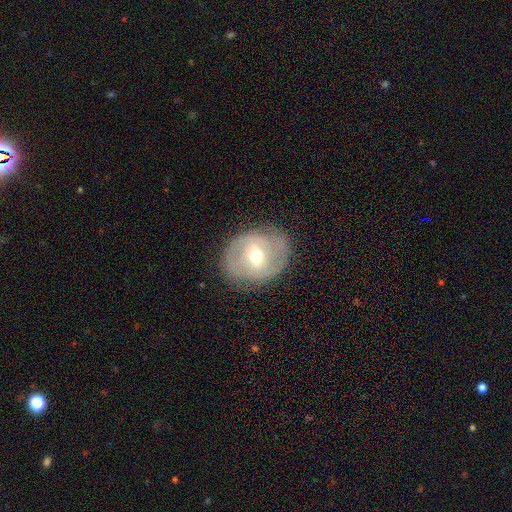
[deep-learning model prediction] smooth-or-featured: featured or disk: 63% | smooth: 30% | star or artifact: 7%
  disk-edge-on: no: 94% | yes: 6%
    bar: weak: 49% | strong: 28% | no: 23%
    has-spiral-arms: yes: 56% | no: 44%
    bulge-size: moderate: 73% | small: 16% | large: 8% | dominant: 1% | none: 1%
  merging: none: 78% | minor disturbance: 15% | major disturbance: 6% | merger: 1%